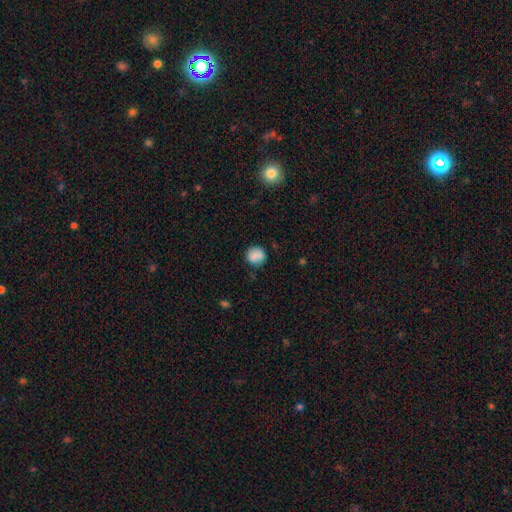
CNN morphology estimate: The model was most divided on "merging": none: 77%, minor disturbance: 15%, major disturbance: 4%, merger: 4%. More confident: how rounded — round (88%); smooth or featured — smooth (82%).